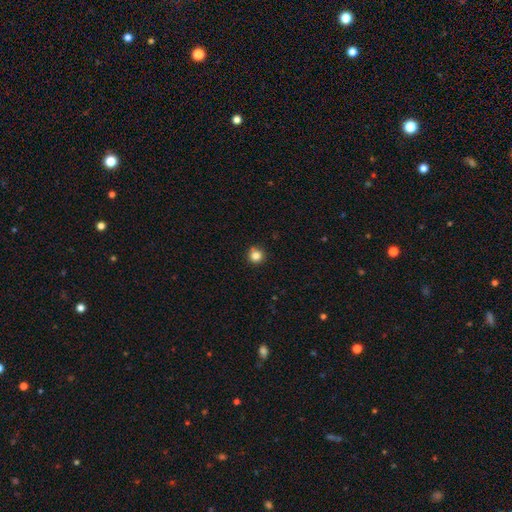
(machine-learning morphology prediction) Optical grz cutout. It shows a smooth galaxy with no disk features (83%) that is round (93%). Merging: none (84%).